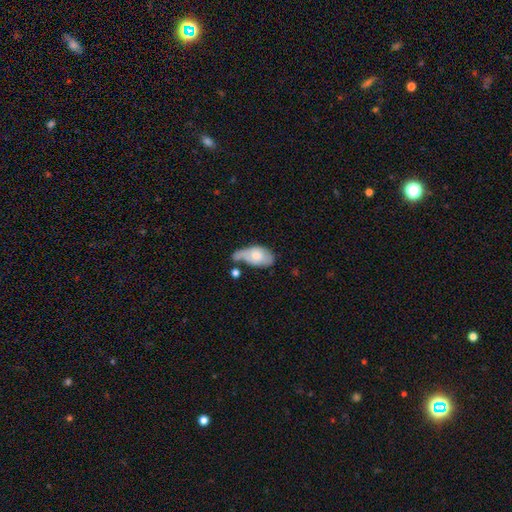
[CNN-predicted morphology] type=smooth (63%); roundness=in between (91%); merging=minor disturbance (30%).